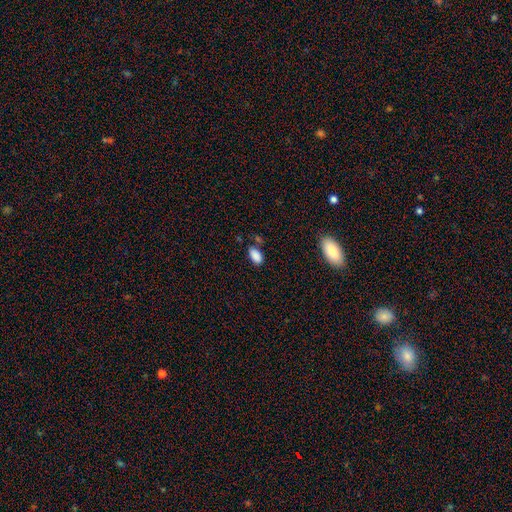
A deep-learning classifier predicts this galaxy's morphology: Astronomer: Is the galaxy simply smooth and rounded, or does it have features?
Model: smooth — 87%.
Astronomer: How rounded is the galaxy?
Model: in between — 93%.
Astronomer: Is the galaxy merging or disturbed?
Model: none — 70%.